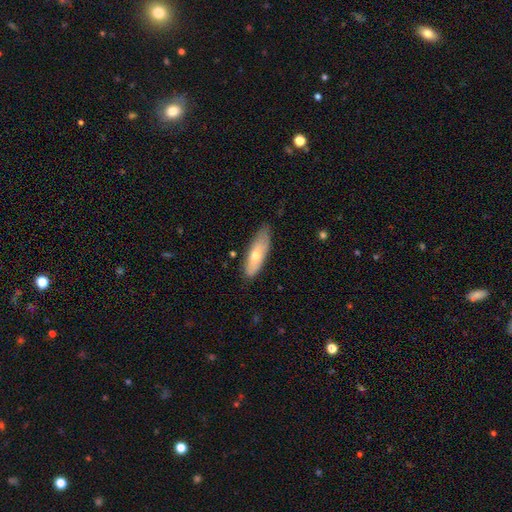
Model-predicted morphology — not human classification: The model was most divided on "how rounded": cigar-shaped: 50%, in between: 48%, round: 2%. More confident: merging — none (70%); smooth or featured — smooth (65%).